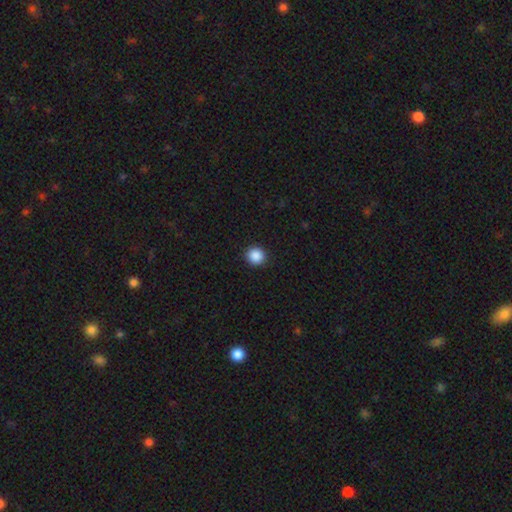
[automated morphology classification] A smooth galaxy with no disk features (88%) that is round (93%). Merging: none (93%).